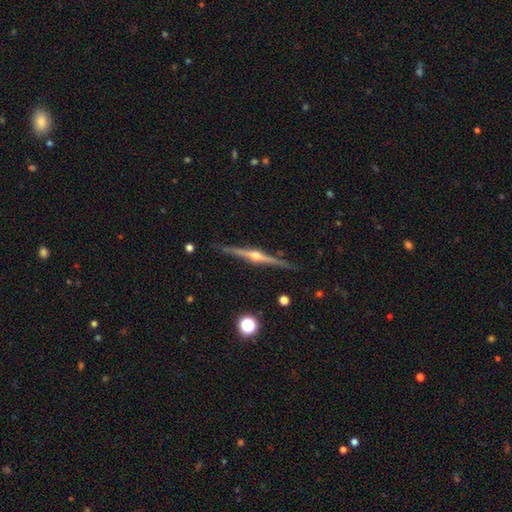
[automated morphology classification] smooth_or_featured: featured or disk (p=0.89) [alt: smooth p=0.06]
disk_edge_on: yes (p=0.99) [alt: no p=0.01]
edge_on_bulge: rounded (p=0.94) [alt: boxy p=0.03]
merging: none (p=0.91) [alt: minor disturbance p=0.06]